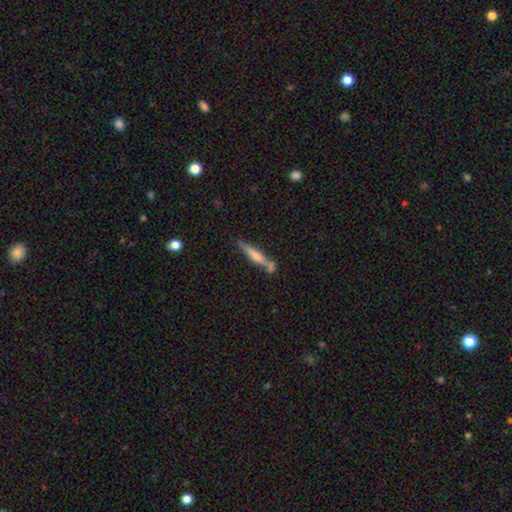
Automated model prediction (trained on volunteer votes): smooth_or_featured: smooth (p=0.49) [alt: featured or disk p=0.44]
merging: none (p=0.66) [alt: merger p=0.16]